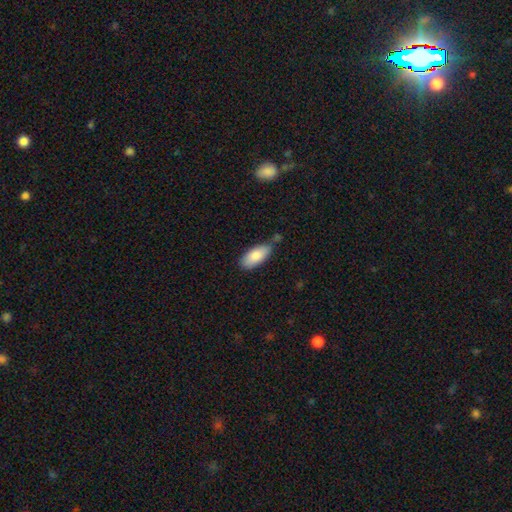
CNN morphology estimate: A smooth galaxy with no disk features (84%) that is in between round and cigar-shaped (88%). Merging: none (62%).